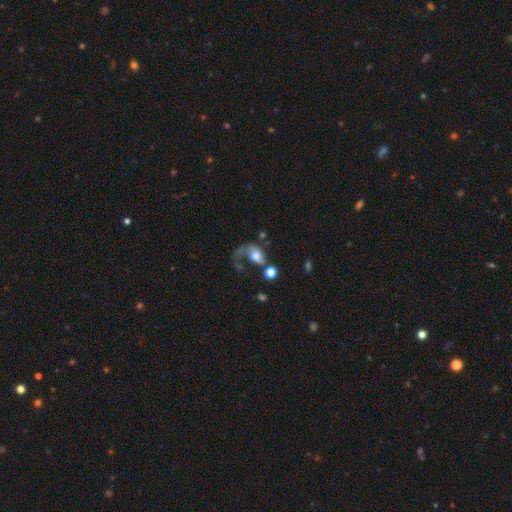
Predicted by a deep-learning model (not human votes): This appears to be a featured or disk galaxy (49%). Merging: major disturbance (54%).